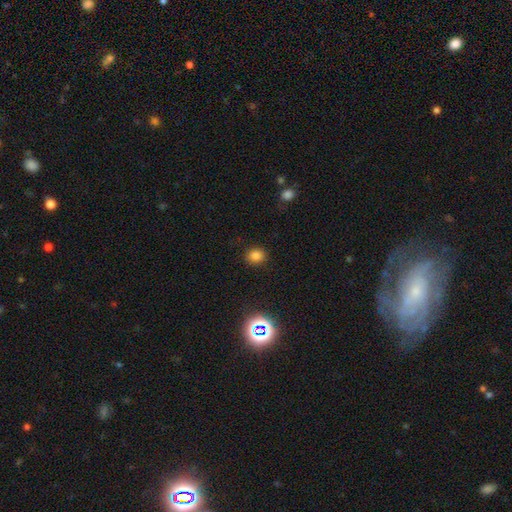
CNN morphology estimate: This is likely a smooth galaxy (80%). How rounded: likely round (69%). Merging: clearly none (88%).